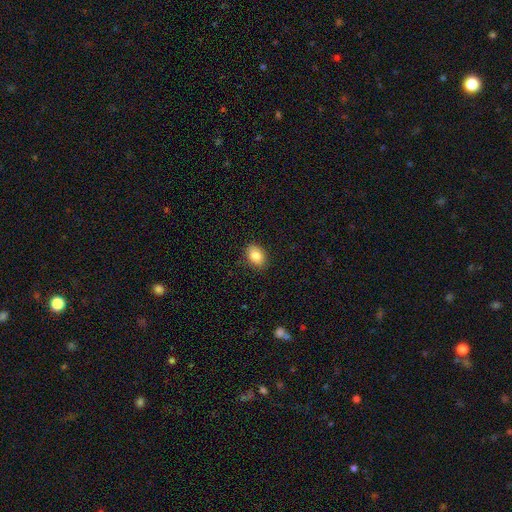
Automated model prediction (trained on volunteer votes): Smooth or featured: smooth — 85% (star or artifact — 8%)
How rounded: in between — 79% (round — 20%)
Merging: none — 88% (minor disturbance — 9%)